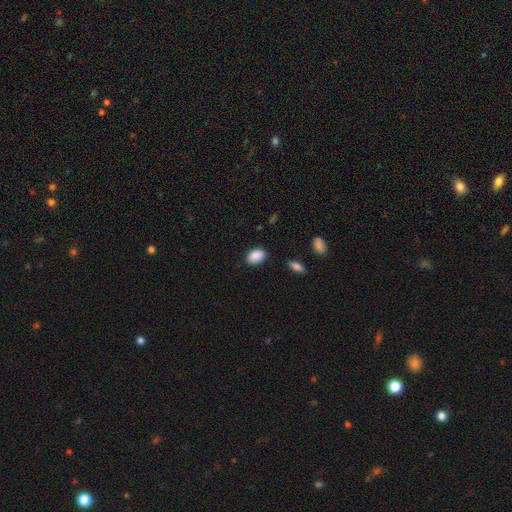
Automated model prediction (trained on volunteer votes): A smooth galaxy with no disk features (89%) that is in between round and cigar-shaped (82%).

Vote fractions:
- Smooth or featured? smooth: 89% / star or artifact: 7% / featured or disk: 4%
- How rounded? in between: 82% / round: 16% / cigar-shaped: 1%
- Merging? none: 84% / minor disturbance: 12% / major disturbance: 3% / merger: 2%